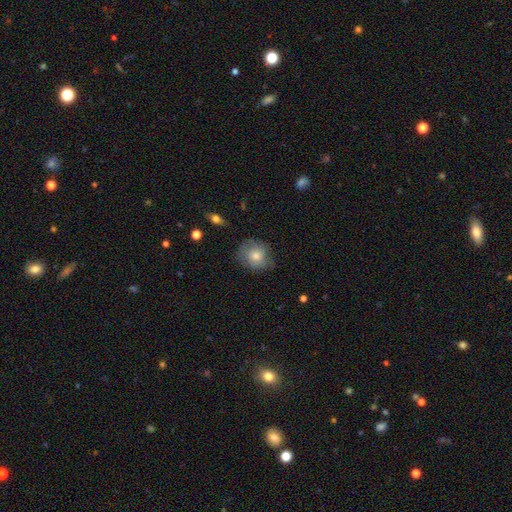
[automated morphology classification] Smooth or featured: smooth — 65% (featured or disk — 25%)
How rounded: round — 76% (in between — 23%)
Merging: none — 71% (minor disturbance — 22%)